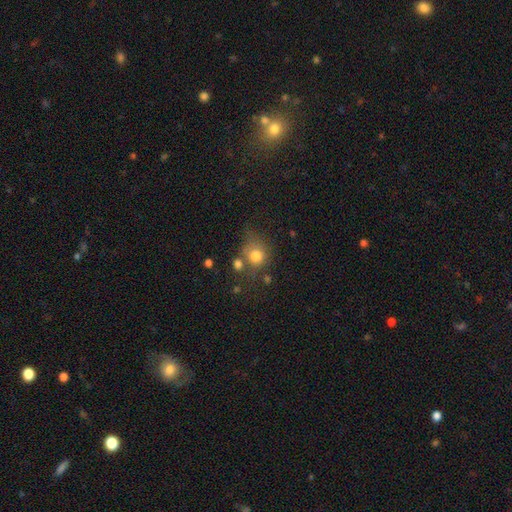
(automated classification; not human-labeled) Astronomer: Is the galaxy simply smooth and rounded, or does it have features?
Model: smooth — 78%.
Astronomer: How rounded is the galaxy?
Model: round — 78%.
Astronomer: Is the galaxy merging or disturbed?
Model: none — 52%.